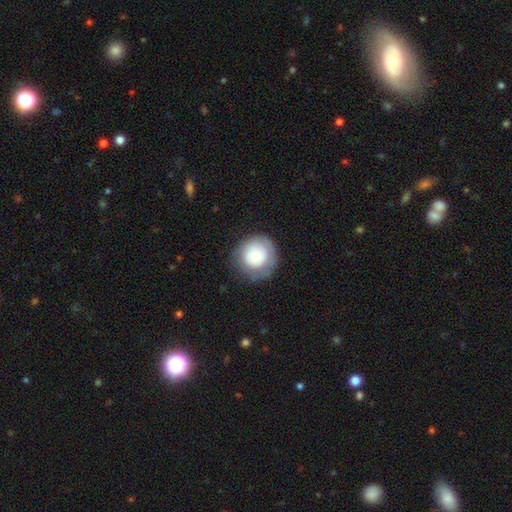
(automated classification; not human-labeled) smooth_or_featured: smooth (p=0.76) [alt: featured or disk p=0.16]
how_rounded: round (p=0.92) [alt: in between p=0.07]
merging: none (p=0.74) [alt: minor disturbance p=0.17]